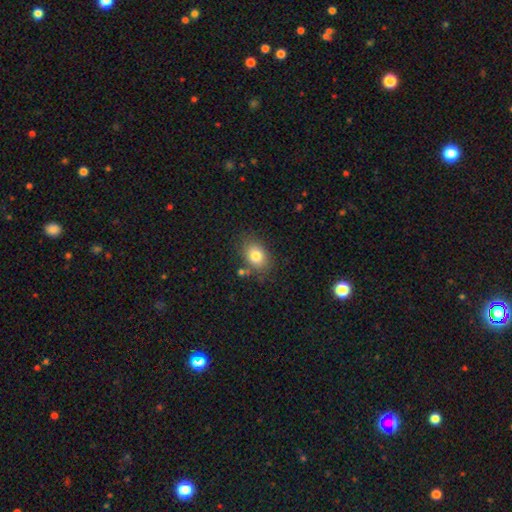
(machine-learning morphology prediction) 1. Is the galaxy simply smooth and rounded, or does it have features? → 81% smooth, 10% star or artifact, 10% featured or disk.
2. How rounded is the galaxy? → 69% in between, 30% round, 1% cigar-shaped.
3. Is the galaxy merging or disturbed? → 77% none, 14% minor disturbance, 5% merger, 4% major disturbance.